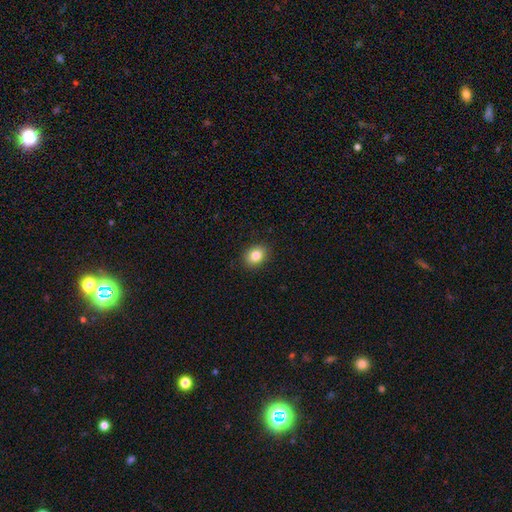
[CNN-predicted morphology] smooth-or-featured: smooth: 83% | star or artifact: 10% | featured or disk: 7%
  how-rounded: in between: 50% | round: 49% | cigar-shaped: 1%
  merging: none: 90% | minor disturbance: 8% | major disturbance: 2% | merger: 1%